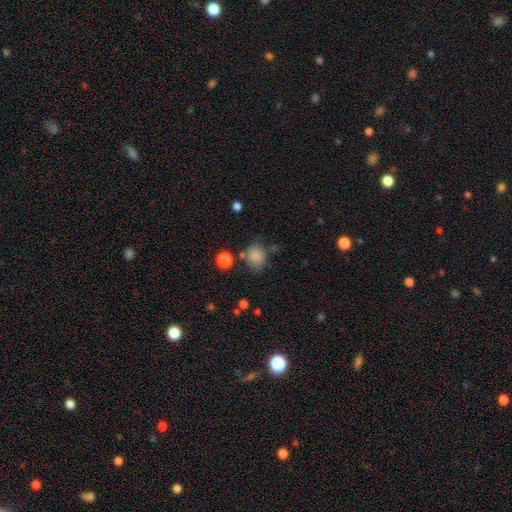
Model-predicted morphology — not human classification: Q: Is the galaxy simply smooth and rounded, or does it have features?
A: smooth — 83%.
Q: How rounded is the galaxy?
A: round — 62%.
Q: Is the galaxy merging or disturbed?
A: none — 68%.